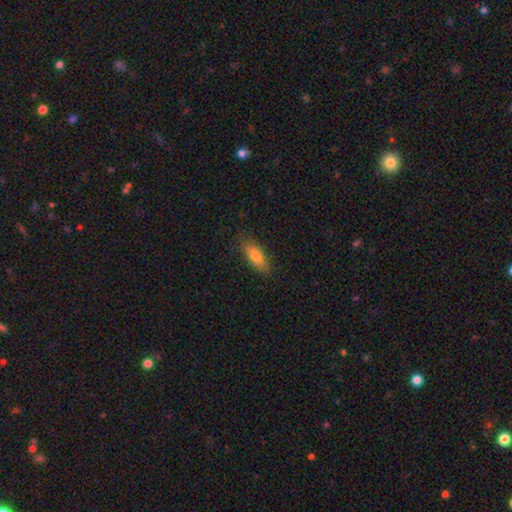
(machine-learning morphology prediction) Overall: smooth (78%). How rounded: in between (70%). Merging: none (82%).